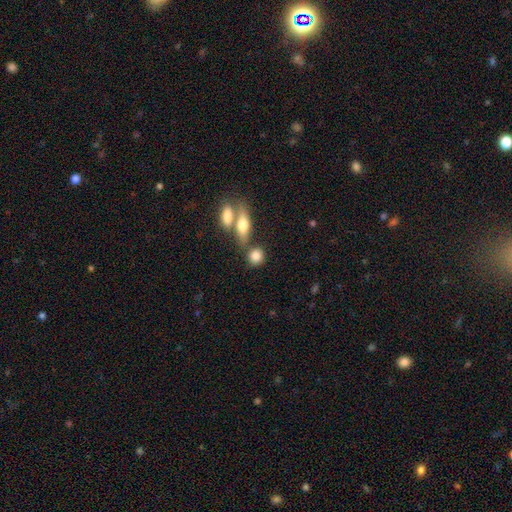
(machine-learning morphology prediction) This is clearly a smooth galaxy (82%). How rounded: likely round (67%). Merging: possibly none (58%).